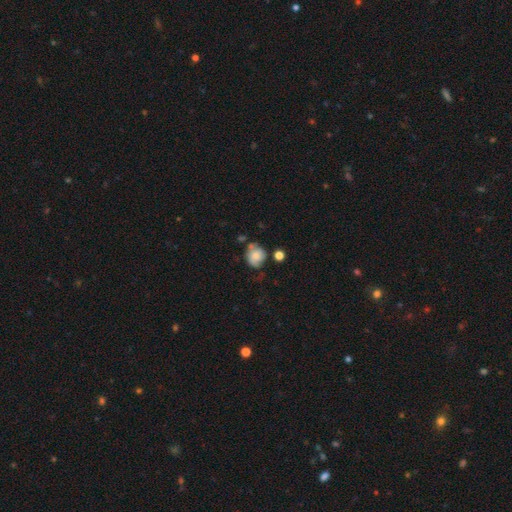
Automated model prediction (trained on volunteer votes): This appears to be a smooth galaxy with no disk features (70%) that is round (69%). Merging: none (47%).